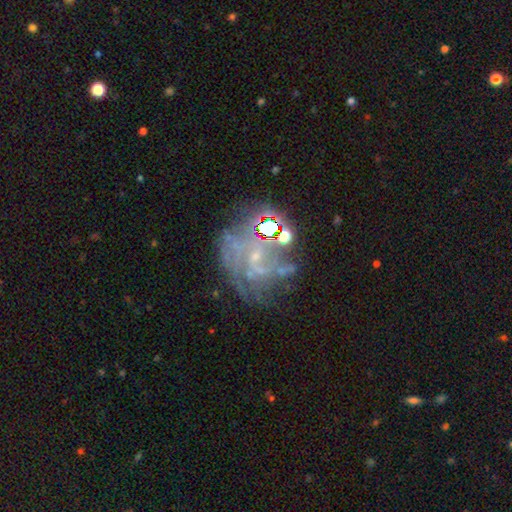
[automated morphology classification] This appears to be a featured or disk galaxy (69%) with no bar (59%), medium (41%) spiral arms (77%) and a small central bulge (67%). Merging: none (47%).